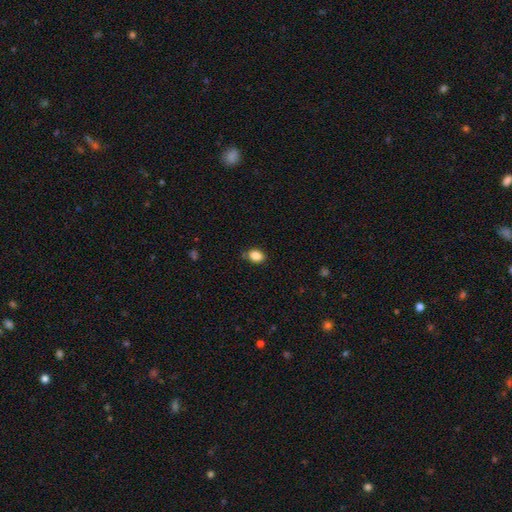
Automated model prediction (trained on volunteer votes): smooth-or-featured: smooth: 86% | star or artifact: 9% | featured or disk: 5%
  how-rounded: in between: 72% | round: 27% | cigar-shaped: 1%
  merging: none: 77% | minor disturbance: 19% | major disturbance: 3% | merger: 2%